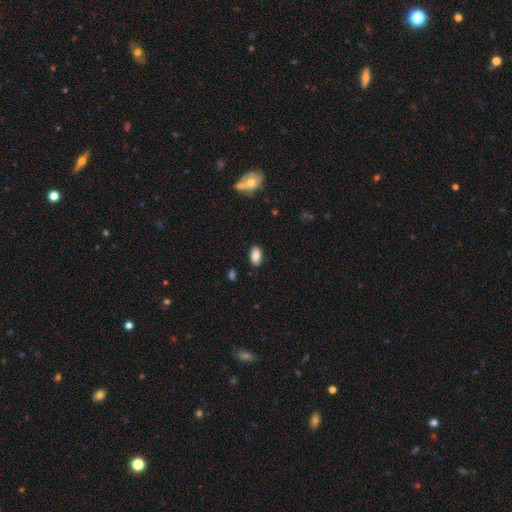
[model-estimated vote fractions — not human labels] smooth 79%, featured or disk 13%, star or artifact 8%. Down the decision tree: how rounded — in between (91%); merging — none (86%).